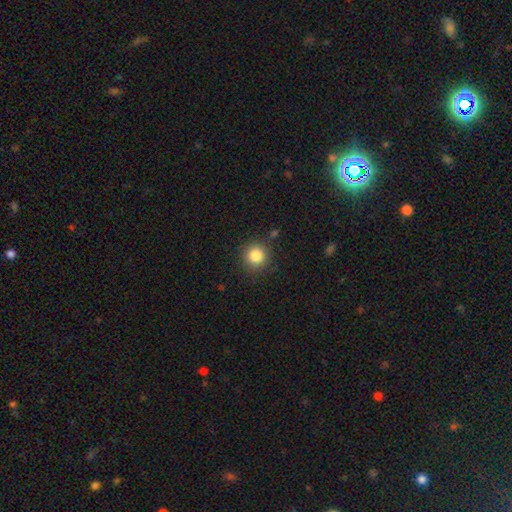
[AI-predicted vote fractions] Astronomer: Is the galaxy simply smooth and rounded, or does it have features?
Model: smooth — 84%.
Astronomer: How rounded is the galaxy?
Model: round — 93%.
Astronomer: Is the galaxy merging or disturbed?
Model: none — 86%.